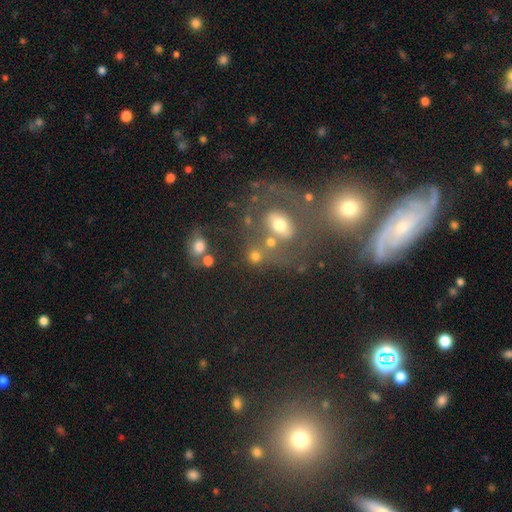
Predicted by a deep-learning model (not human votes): A smooth galaxy with no disk features (50%).

Vote fractions:
- Smooth or featured? smooth: 50% / featured or disk: 29% / star or artifact: 22%
- Merging? none: 52% / merger: 24% / minor disturbance: 14% / major disturbance: 10%